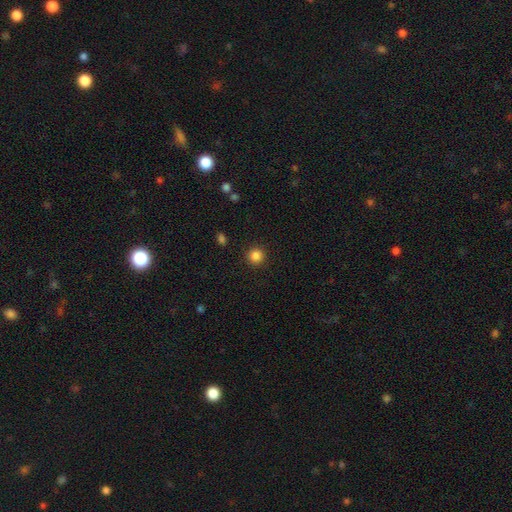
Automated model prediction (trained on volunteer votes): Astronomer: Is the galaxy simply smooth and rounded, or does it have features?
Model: smooth — 85%.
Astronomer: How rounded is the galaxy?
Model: round — 95%.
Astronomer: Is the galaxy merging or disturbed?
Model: none — 92%.